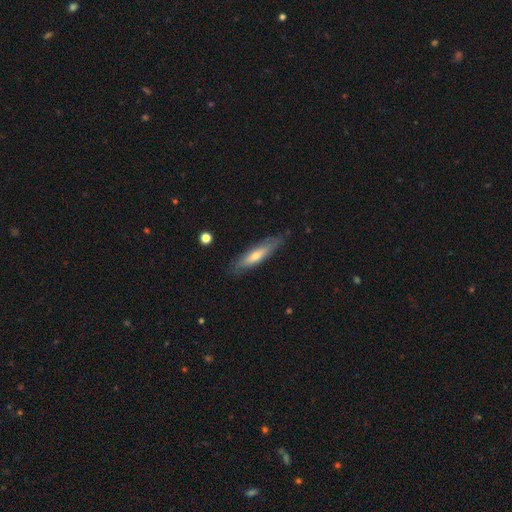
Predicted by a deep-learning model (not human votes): Q: Smooth or featured?
A: smooth (55%); runner-up: featured or disk (39%)
Q: How rounded?
A: cigar-shaped (77%); runner-up: in between (21%)
Q: Merging?
A: none (82%); runner-up: minor disturbance (14%)